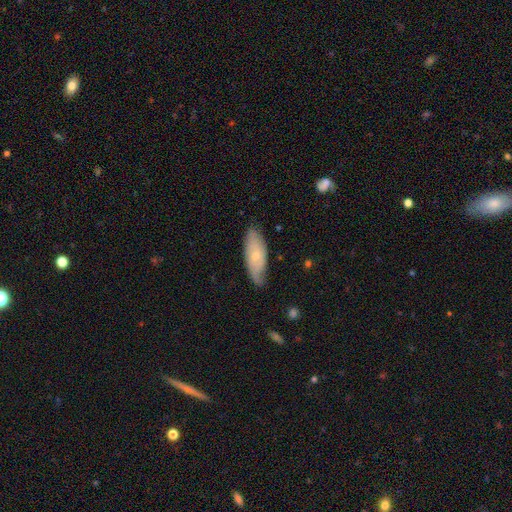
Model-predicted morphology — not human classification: Smooth or featured? featured or disk (47%, tied with smooth)
Merging? none (71%)